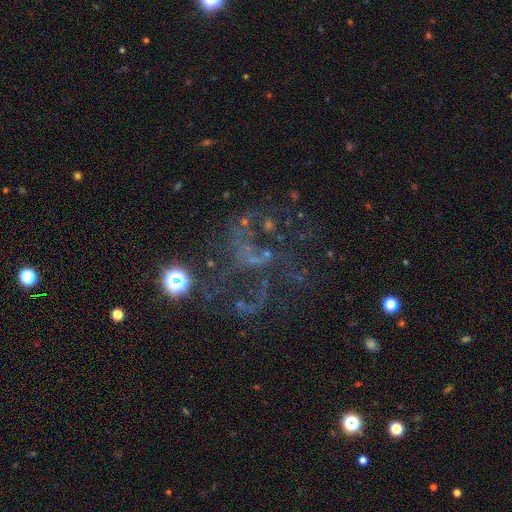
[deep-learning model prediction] Smooth or featured? featured or disk (53%)
Edge-on disk? no (97%)
Bar? no (78%)
Spiral arms? no (54%)
Bulge size? none (72%)
Merging? none (46%)